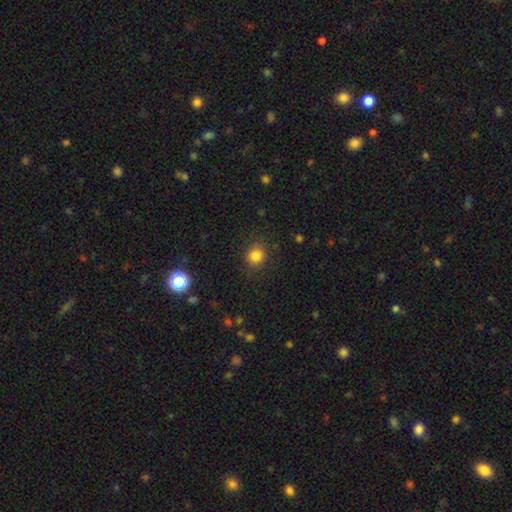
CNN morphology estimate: This is clearly a smooth galaxy (83%). How rounded: clearly round (82%). Merging: clearly none (86%).